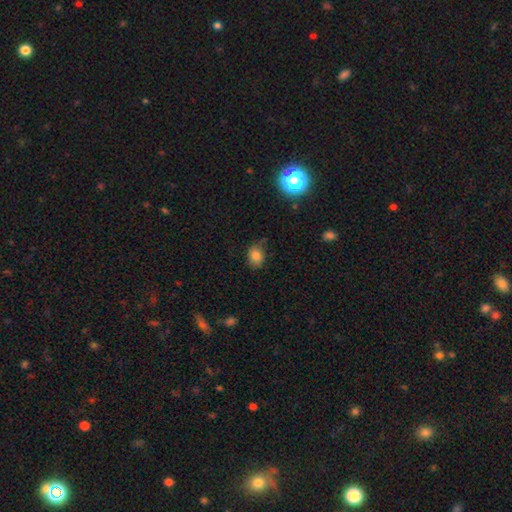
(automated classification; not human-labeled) smooth-or-featured: smooth: 80% | star or artifact: 12% | featured or disk: 8%
  how-rounded: in between: 59% | round: 40% | cigar-shaped: 1%
  merging: none: 66% | minor disturbance: 26% | major disturbance: 6% | merger: 2%